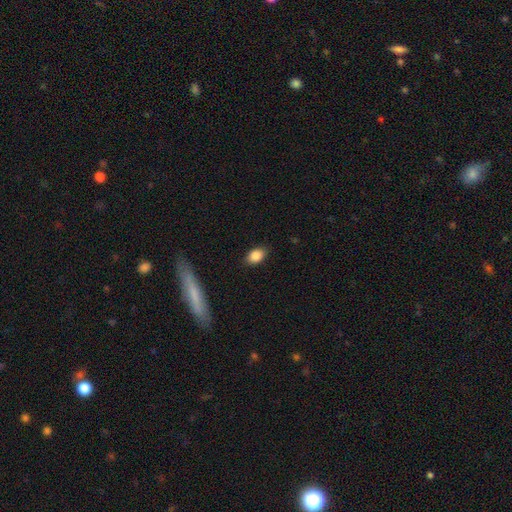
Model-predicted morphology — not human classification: This is clearly a smooth galaxy (87%). How rounded: clearly in between (84%). Merging: clearly none (86%).